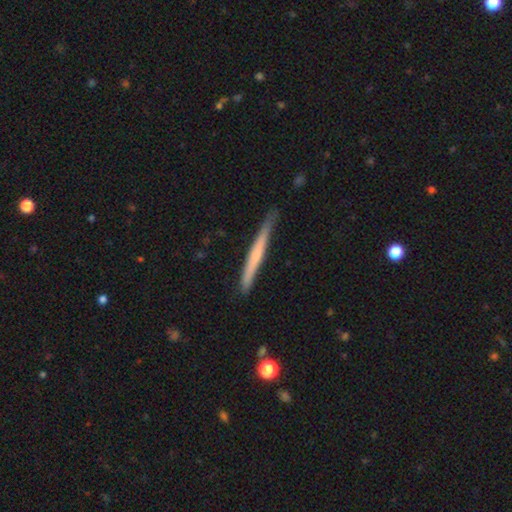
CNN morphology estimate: This is possibly a smooth galaxy (49%). Merging: clearly none (82%).